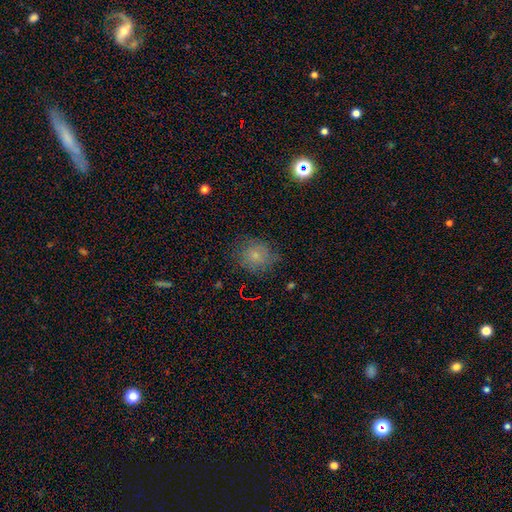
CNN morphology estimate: Smooth or featured: smooth — 69% (featured or disk — 17%)
How rounded: round — 82% (in between — 17%)
Merging: none — 75% (minor disturbance — 18%)